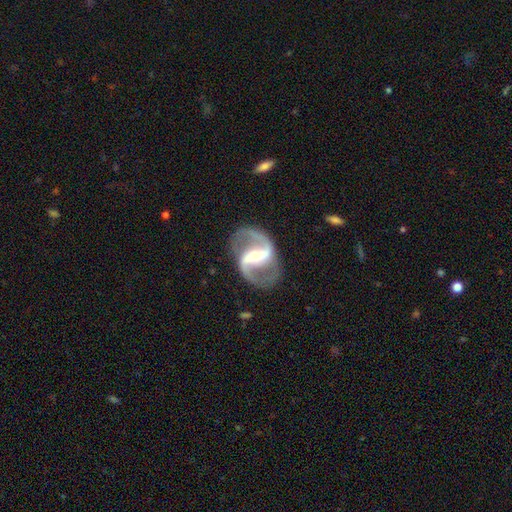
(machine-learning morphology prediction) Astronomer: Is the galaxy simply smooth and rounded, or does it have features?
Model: featured or disk — 92%.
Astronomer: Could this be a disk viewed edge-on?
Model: no — 97%.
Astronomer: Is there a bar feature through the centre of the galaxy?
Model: strong — 68%.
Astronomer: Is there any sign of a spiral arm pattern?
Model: yes — 97%.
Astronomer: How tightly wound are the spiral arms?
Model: medium — 52% (runner-up: loose, 38%).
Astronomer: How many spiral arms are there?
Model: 2 — 94%.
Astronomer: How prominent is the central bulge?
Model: small — 51% (runner-up: moderate, 40%).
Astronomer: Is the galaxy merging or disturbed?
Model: none — 84%.